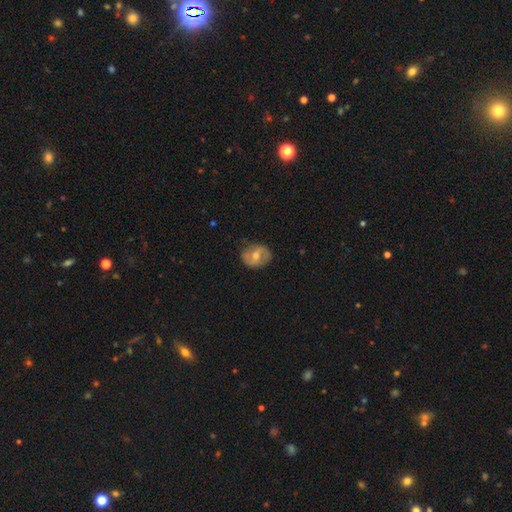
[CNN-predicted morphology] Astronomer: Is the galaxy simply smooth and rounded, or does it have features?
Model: featured or disk — 53% (runner-up: smooth, 38%).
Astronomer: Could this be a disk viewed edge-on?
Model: no — 96%.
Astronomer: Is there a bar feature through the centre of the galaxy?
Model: weak — 44% (runner-up: no, 38%).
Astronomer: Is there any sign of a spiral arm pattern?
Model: yes — 68%.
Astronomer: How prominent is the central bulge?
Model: moderate — 66%.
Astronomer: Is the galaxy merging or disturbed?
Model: none — 78%.